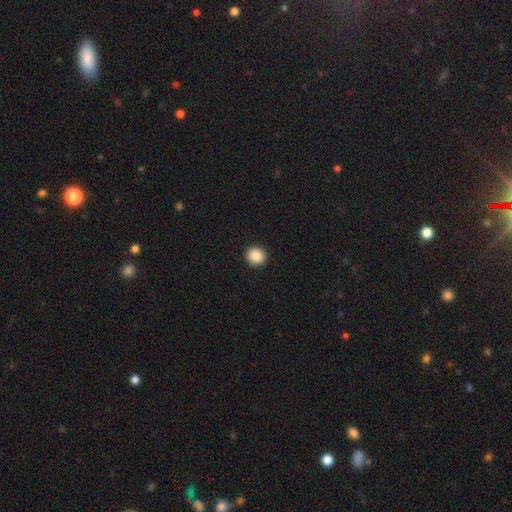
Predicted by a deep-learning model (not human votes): A smooth galaxy with no disk features (88%) that is round (91%).

Vote fractions:
- Smooth or featured? smooth: 88% / star or artifact: 9% / featured or disk: 3%
- How rounded? round: 91% / in between: 8% / cigar-shaped: 1%
- Merging? none: 93% / minor disturbance: 4% / major disturbance: 2% / merger: 1%